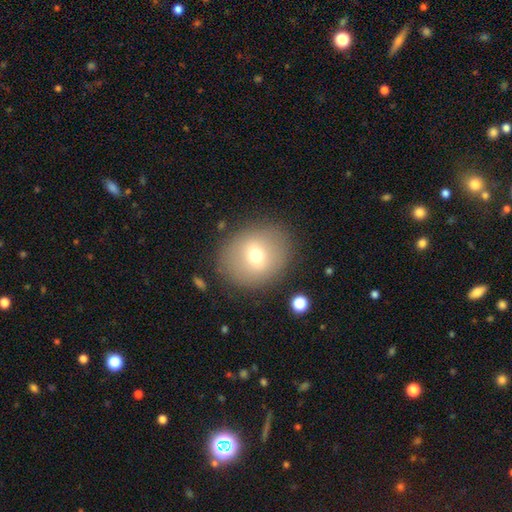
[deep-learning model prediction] Smooth or featured?
  - smooth: 65% *
  - featured or disk: 24%
  - star or artifact: 11%
How rounded?
  - round: 72% *
  - in between: 27%
  - cigar-shaped: 1%
Merging?
  - none: 85% *
  - minor disturbance: 9%
  - major disturbance: 4%
  - merger: 2%